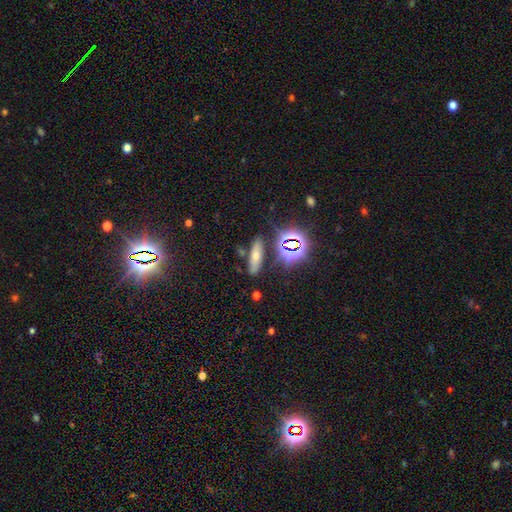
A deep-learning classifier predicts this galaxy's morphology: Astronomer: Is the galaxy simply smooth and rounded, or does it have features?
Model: smooth — 56%.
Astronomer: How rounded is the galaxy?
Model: cigar-shaped — 54% (runner-up: in between, 40%).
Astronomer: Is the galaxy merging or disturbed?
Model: none — 79%.